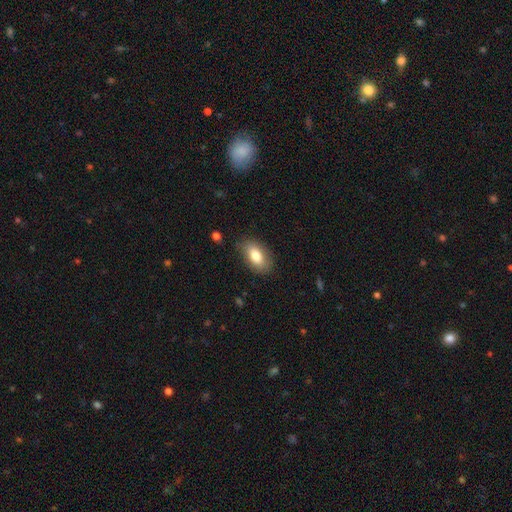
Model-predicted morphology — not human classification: type=smooth (82%); roundness=in between (92%); merging=none (81%).